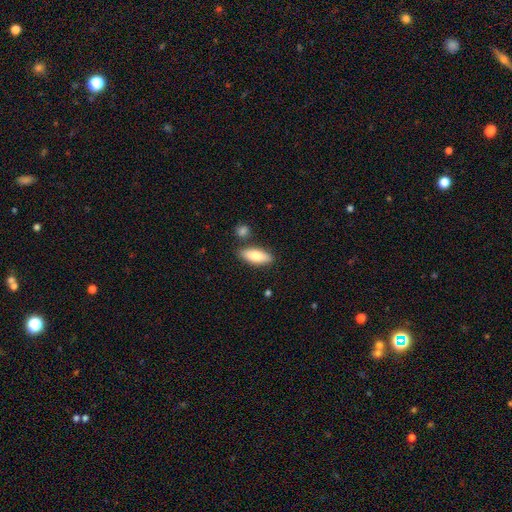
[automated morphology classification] smooth_or_featured: smooth (p=0.78) [alt: featured or disk p=0.16]
how_rounded: in between (p=0.75) [alt: cigar-shaped p=0.22]
merging: none (p=0.81) [alt: minor disturbance p=0.11]